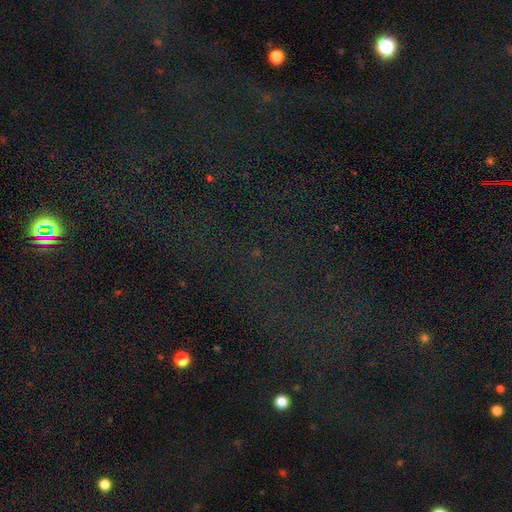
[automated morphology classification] smooth_or_featured: star or artifact (p=0.77) [alt: smooth p=0.14]